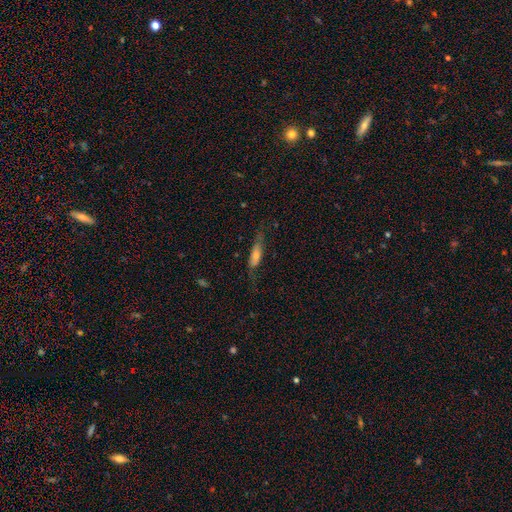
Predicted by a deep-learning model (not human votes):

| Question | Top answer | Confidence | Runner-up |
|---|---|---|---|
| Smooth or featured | smooth | 62% | featured or disk (31%) |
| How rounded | cigar-shaped | 50% | in between (48%) |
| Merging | none | 55% | minor disturbance (27%) |